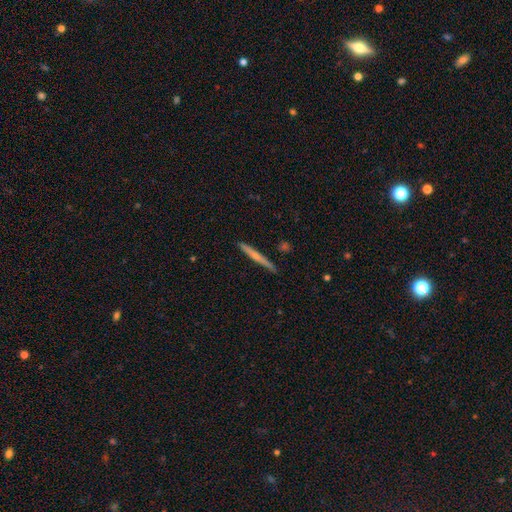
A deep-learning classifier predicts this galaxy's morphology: type=featured or disk (58%); edge-on=yes (98%); edge-on bulge=rounded (60%); merging=none (89%).